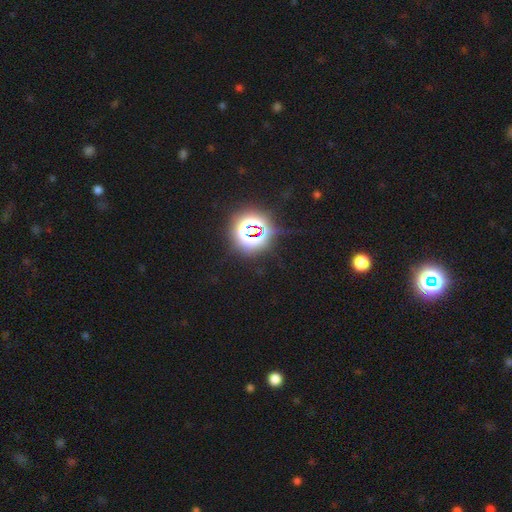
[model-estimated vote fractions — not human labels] This appears to be a star or artifact, not a galaxy (83%).